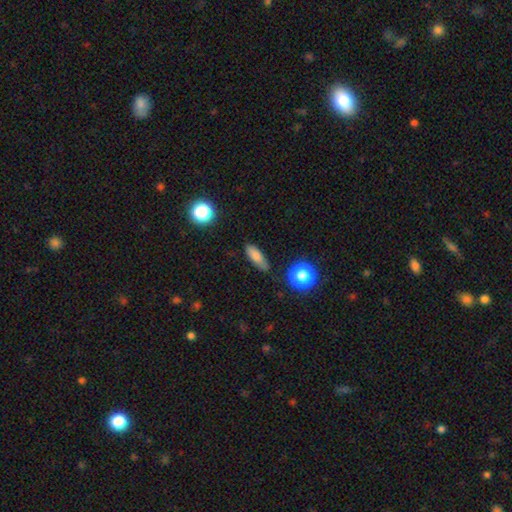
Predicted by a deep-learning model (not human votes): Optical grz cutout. It shows a smooth galaxy with no disk features (79%) that is in between round and cigar-shaped (54%). Merging: none (75%).